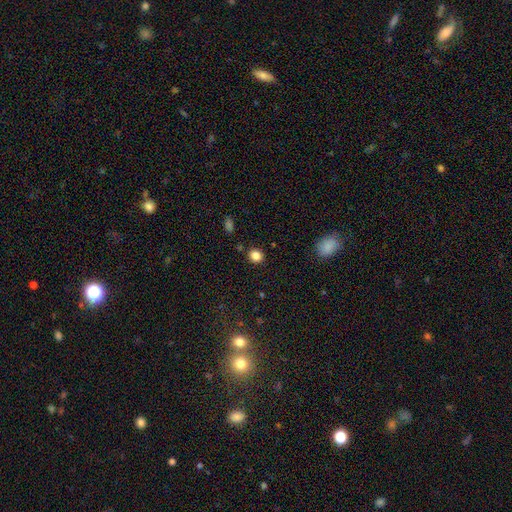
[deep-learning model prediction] A smooth galaxy with no disk features (84%) that is round (77%). Merging: none (88%).